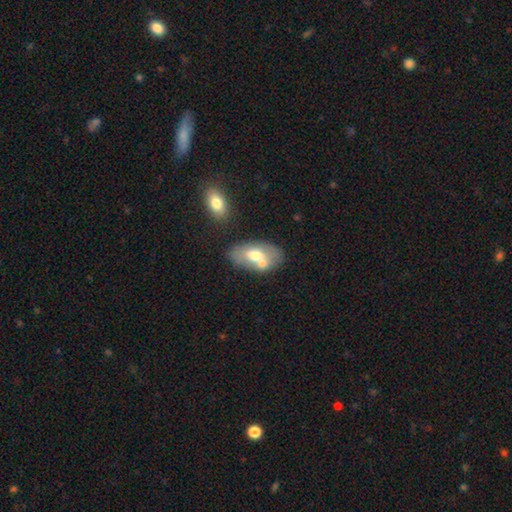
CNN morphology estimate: smooth-or-featured: smooth: 58% | featured or disk: 35% | star or artifact: 7%
  how-rounded: in between: 91% | round: 7% | cigar-shaped: 2%
  merging: none: 43% | merger: 36% | minor disturbance: 15% | major disturbance: 5%